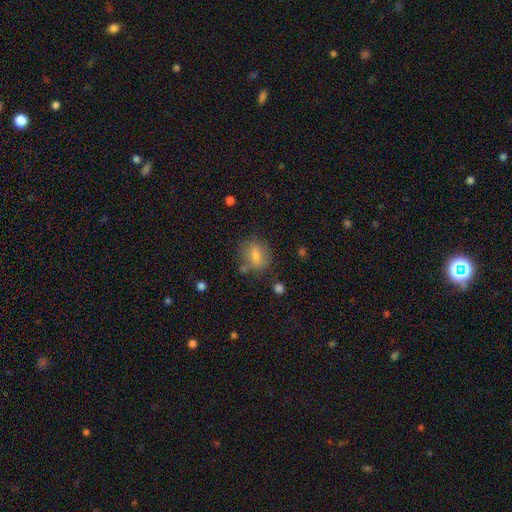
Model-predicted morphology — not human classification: smooth-or-featured: smooth: 72% | featured or disk: 18% | star or artifact: 10%
  how-rounded: round: 50% | in between: 48% | cigar-shaped: 3%
  merging: none: 67% | minor disturbance: 19% | major disturbance: 8% | merger: 6%